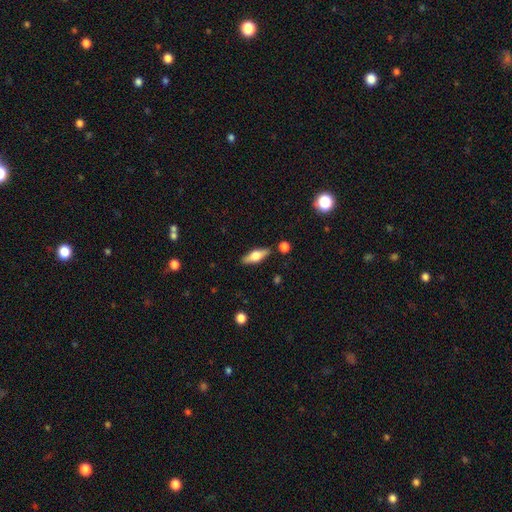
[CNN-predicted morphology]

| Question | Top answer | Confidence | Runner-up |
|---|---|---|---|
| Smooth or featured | featured or disk | 49% | smooth (45%) |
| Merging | none | 85% | minor disturbance (10%) |